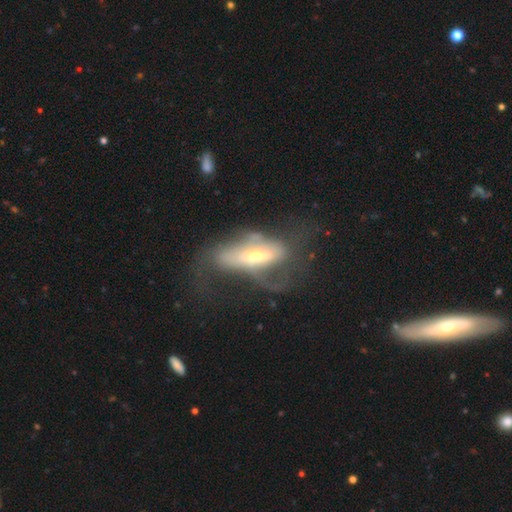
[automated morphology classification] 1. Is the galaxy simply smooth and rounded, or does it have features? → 57% featured or disk, 34% smooth, 8% star or artifact.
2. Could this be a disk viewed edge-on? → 78% no, 22% yes.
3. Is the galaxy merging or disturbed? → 54% major disturbance, 22% none, 18% minor disturbance, 6% merger.